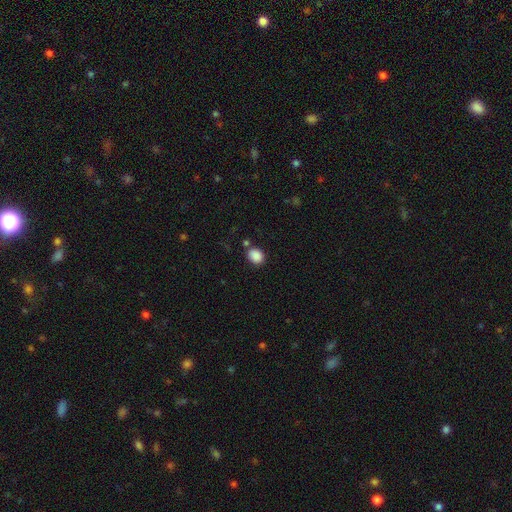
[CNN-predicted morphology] Smooth or featured? smooth (88%)
How rounded? round (54%)
Merging? none (78%)